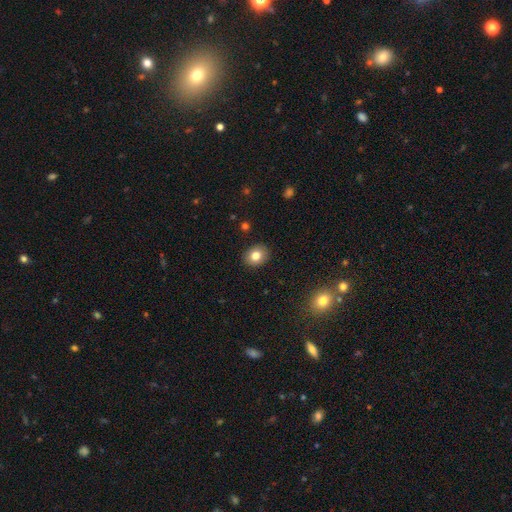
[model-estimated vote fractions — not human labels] This appears to be a smooth galaxy with no disk features (81%) that is round (54%). Merging: none (90%).